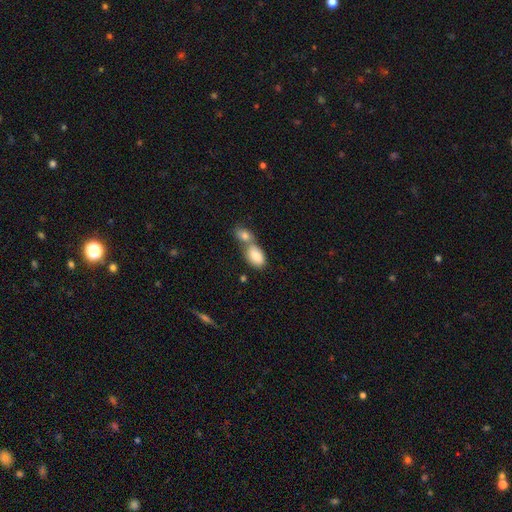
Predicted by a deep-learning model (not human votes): Overall: smooth (86%). How rounded: in between (92%). Merging: merger (61%; none 28%).